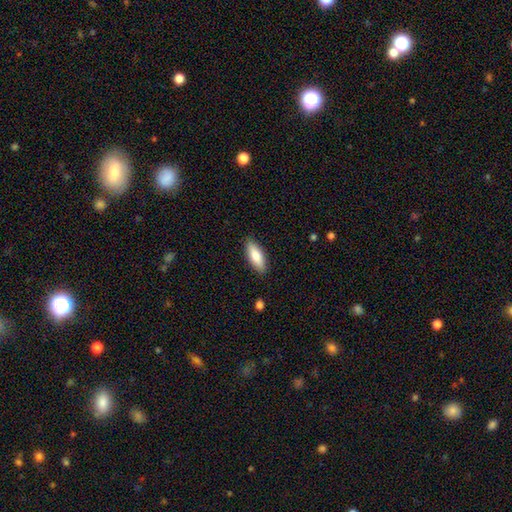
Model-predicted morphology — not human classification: Overall: smooth (80%). How rounded: in between (67%; cigar-shaped 31%). Merging: none (88%).